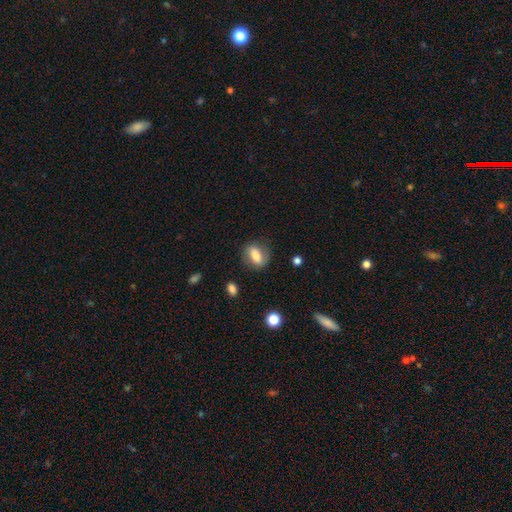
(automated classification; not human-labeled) A smooth galaxy with no disk features (65%) that is in between round and cigar-shaped (72%).

Vote fractions:
- Smooth or featured? smooth: 65% / featured or disk: 27% / star or artifact: 8%
- How rounded? in between: 72% / round: 21% / cigar-shaped: 7%
- Merging? none: 76% / minor disturbance: 16% / major disturbance: 6% / merger: 2%